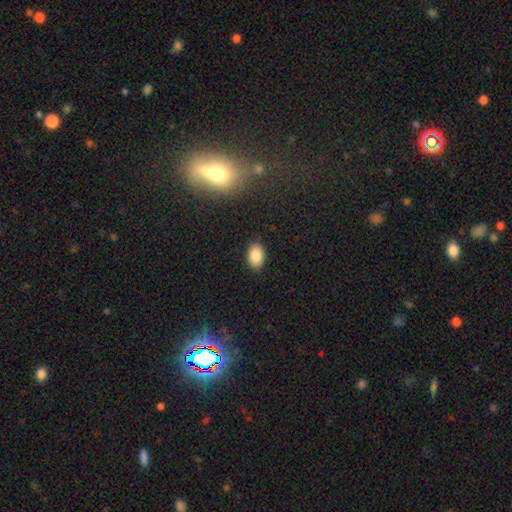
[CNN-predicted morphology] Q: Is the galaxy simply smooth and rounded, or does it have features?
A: smooth — 85%.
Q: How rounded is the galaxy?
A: in between — 86%.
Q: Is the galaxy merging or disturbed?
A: none — 88%.